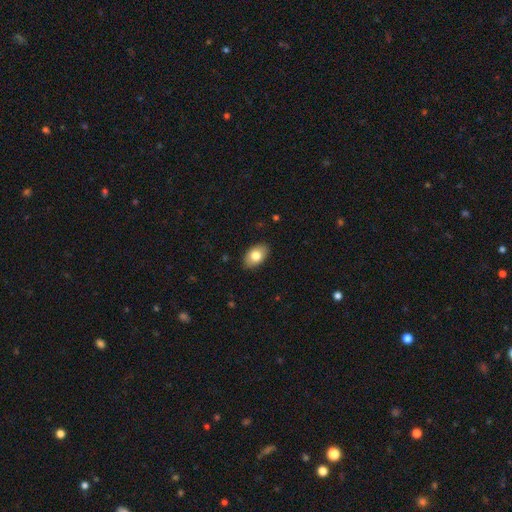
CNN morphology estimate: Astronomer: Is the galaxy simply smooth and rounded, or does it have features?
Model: smooth — 78%.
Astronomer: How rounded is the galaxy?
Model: in between — 90%.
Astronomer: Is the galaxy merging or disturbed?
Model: none — 87%.